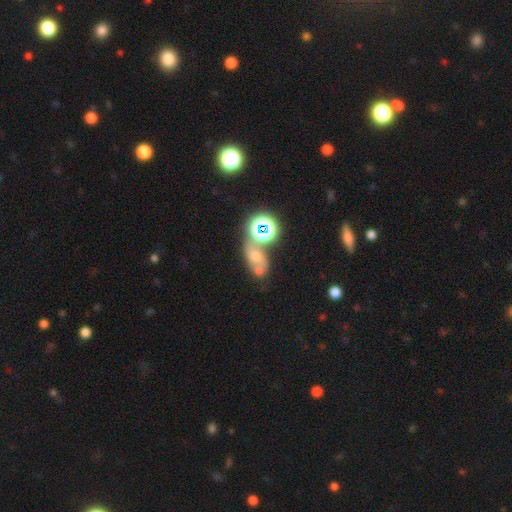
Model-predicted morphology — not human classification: Smooth or featured? smooth (45%)
Merging? merger (38%)